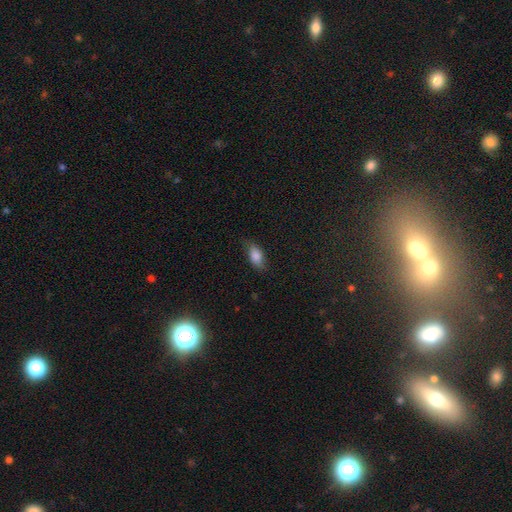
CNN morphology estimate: Smooth or featured?
  - smooth: 82% *
  - featured or disk: 10%
  - star or artifact: 8%
How rounded?
  - in between: 88% *
  - cigar-shaped: 8%
  - round: 4%
Merging?
  - none: 77% *
  - minor disturbance: 18%
  - major disturbance: 4%
  - merger: 1%